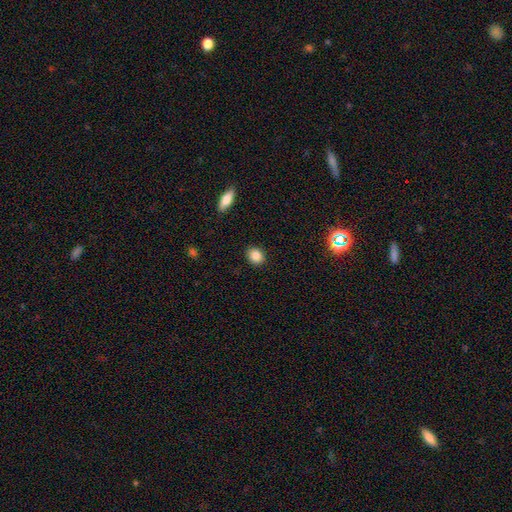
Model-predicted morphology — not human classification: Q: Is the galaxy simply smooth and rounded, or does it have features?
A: smooth — 86%.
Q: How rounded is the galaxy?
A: round — 60%.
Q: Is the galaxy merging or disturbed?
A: none — 90%.